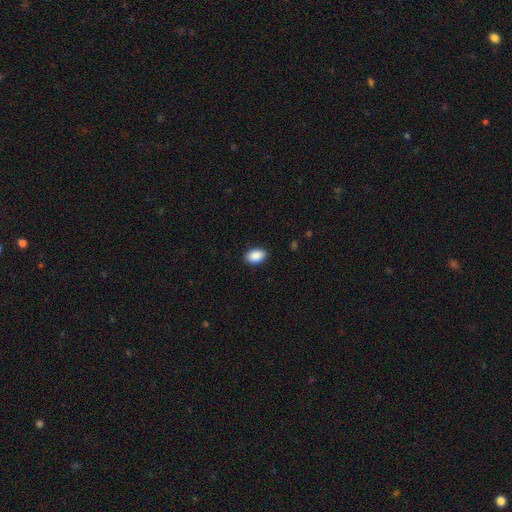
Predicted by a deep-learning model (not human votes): Overall: smooth (90%). How rounded: in between (88%). Merging: none (89%).